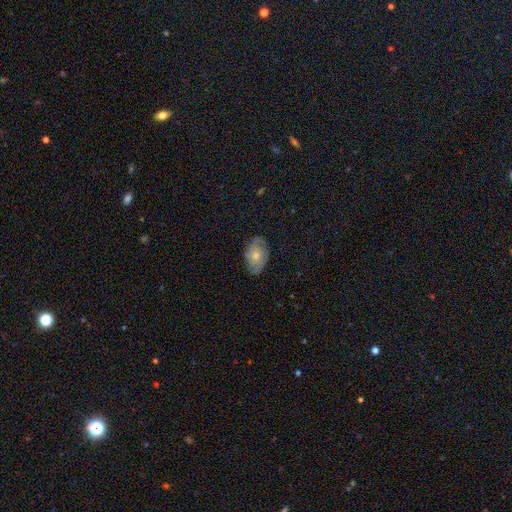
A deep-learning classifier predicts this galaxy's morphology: This is possibly a featured or disk galaxy (50%). Merging: likely none (77%).